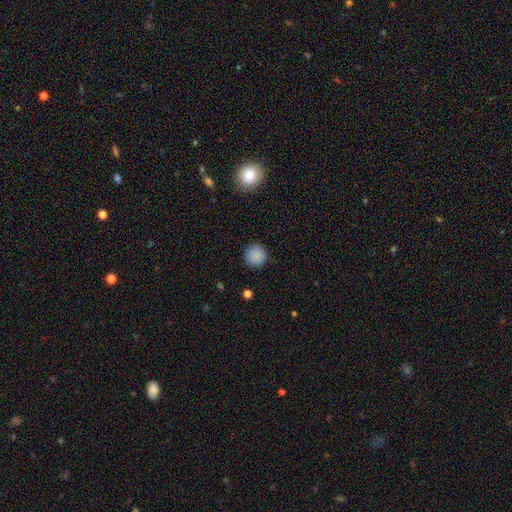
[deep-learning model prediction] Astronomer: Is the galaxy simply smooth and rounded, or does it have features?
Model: smooth — 88%.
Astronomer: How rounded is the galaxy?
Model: round — 94%.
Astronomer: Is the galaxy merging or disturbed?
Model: none — 90%.